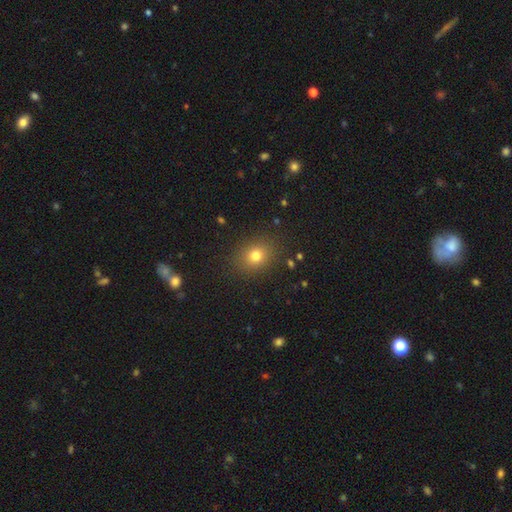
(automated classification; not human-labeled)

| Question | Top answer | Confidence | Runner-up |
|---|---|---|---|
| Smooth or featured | smooth | 77% | star or artifact (14%) |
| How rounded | round | 54% | in between (45%) |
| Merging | none | 87% | minor disturbance (9%) |